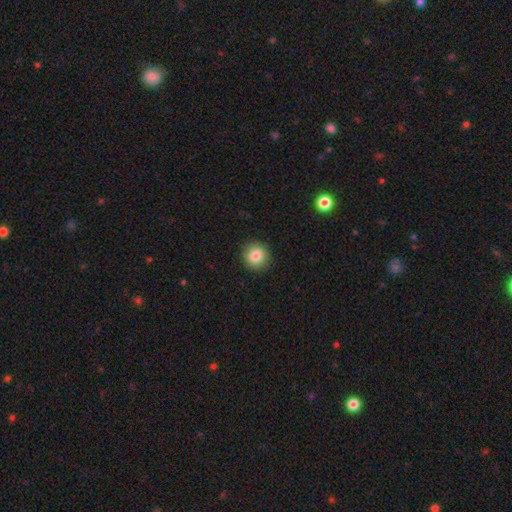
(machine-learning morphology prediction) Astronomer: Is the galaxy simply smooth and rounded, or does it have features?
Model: smooth — 84%.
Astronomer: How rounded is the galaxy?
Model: round — 92%.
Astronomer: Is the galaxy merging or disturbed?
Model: none — 91%.